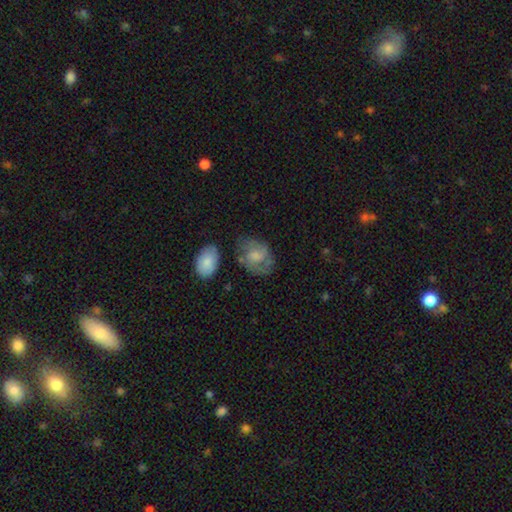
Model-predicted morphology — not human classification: This is possibly a smooth galaxy (49%). Merging: possibly none (54%).